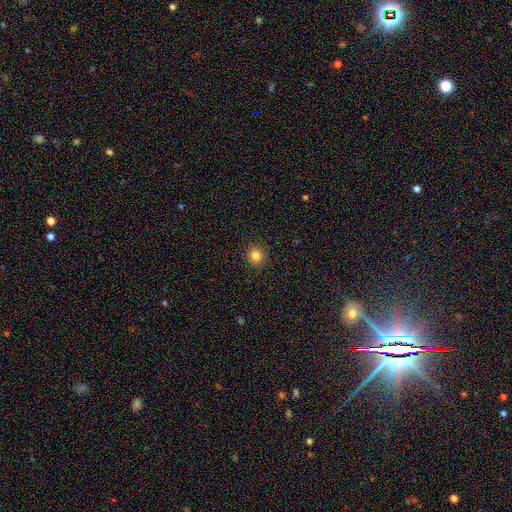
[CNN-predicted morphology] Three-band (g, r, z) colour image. It shows a smooth galaxy with no disk features (83%) that is round (86%). Merging: none (91%).